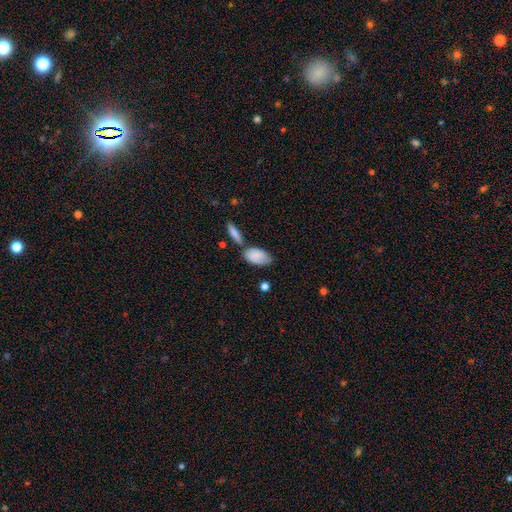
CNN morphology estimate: A smooth galaxy with no disk features (81%) that is in between round and cigar-shaped (93%). Merging: none (56%).